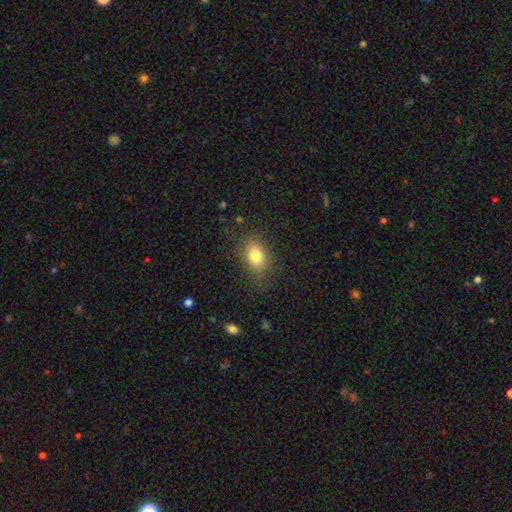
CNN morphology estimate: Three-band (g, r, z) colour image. It shows a smooth galaxy with no disk features (80%) that is in between round and cigar-shaped (71%). Merging: none (76%).